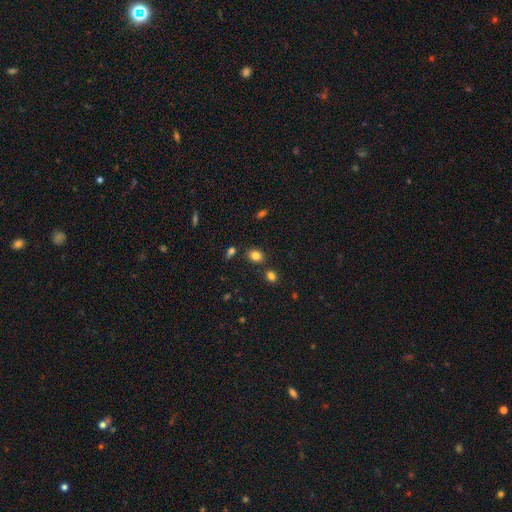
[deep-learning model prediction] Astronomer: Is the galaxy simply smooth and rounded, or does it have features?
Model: smooth — 82%.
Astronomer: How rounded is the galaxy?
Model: in between — 51% (runner-up: round, 48%).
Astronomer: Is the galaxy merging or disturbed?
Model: none — 79%.